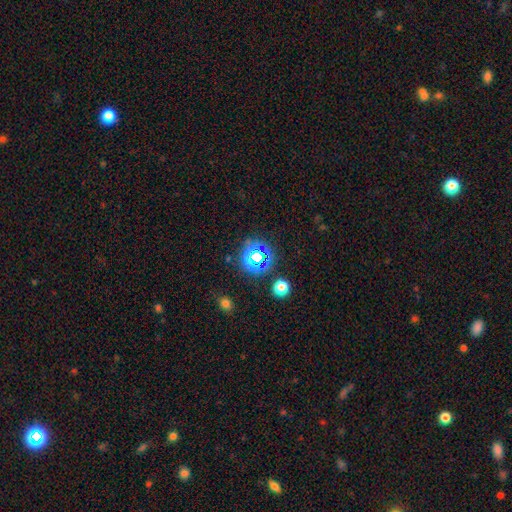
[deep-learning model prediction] A star or artifact, not a galaxy (62%).

Vote fractions:
- Smooth or featured? star or artifact: 62% / smooth: 28% / featured or disk: 10%